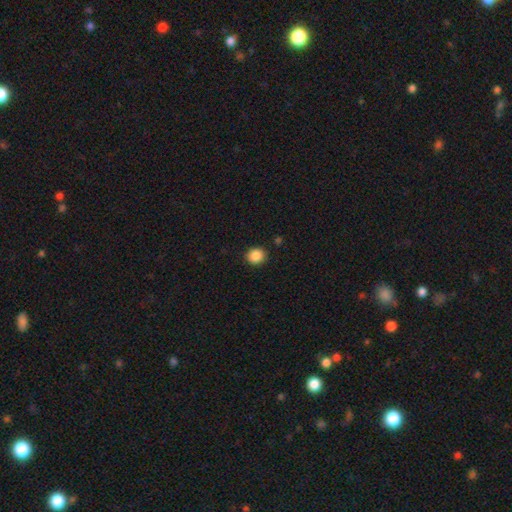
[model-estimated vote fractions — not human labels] smooth 88%, star or artifact 9%, featured or disk 3%. Down the decision tree: how rounded — round (86%); merging — none (90%).